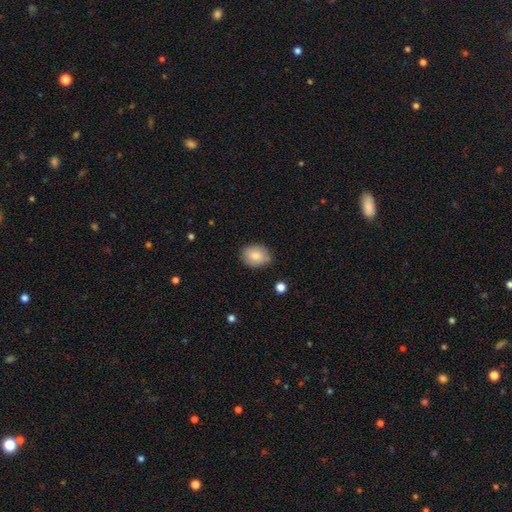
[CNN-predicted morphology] A smooth galaxy with no disk features (83%) that is in between round and cigar-shaped (58%). Merging: none (78%).